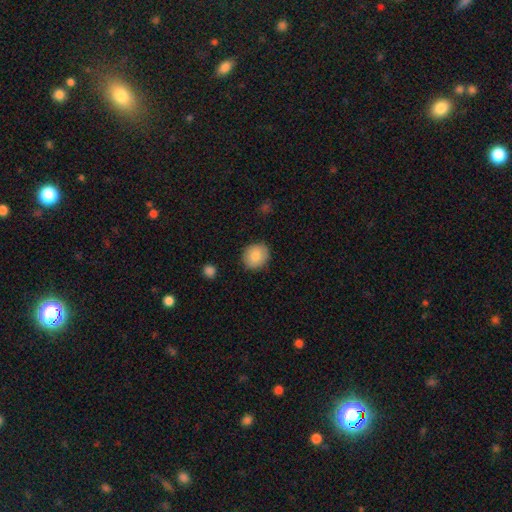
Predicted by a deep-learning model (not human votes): smooth-or-featured: smooth: 84% | featured or disk: 9% | star or artifact: 8%
  how-rounded: round: 79% | in between: 20% | cigar-shaped: 1%
  merging: none: 87% | minor disturbance: 9% | major disturbance: 2% | merger: 1%